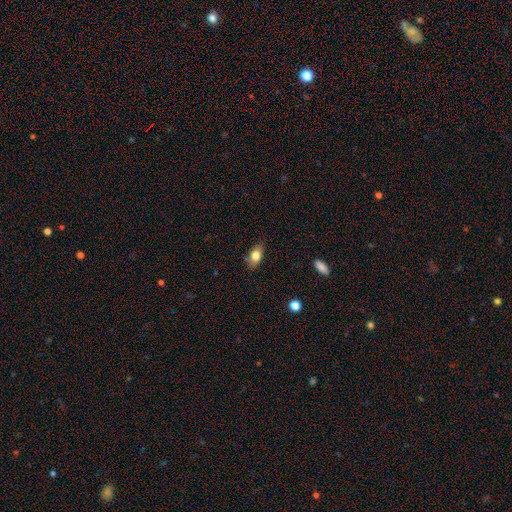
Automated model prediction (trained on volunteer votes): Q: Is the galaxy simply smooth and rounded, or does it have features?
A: smooth — 79%.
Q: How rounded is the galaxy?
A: in between — 86%.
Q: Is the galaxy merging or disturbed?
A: none — 80%.